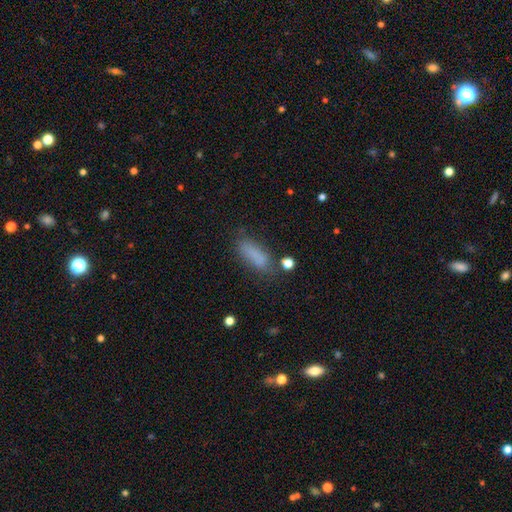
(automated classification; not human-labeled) Morphology: type=smooth (80%); roundness=in between (65%); merging=none (65%).